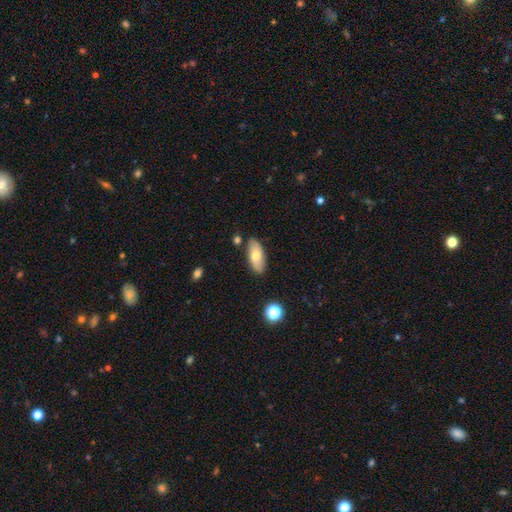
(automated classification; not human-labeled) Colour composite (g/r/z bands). It shows a smooth galaxy with no disk features (70%) that is in between round and cigar-shaped (86%). Merging: none (83%).